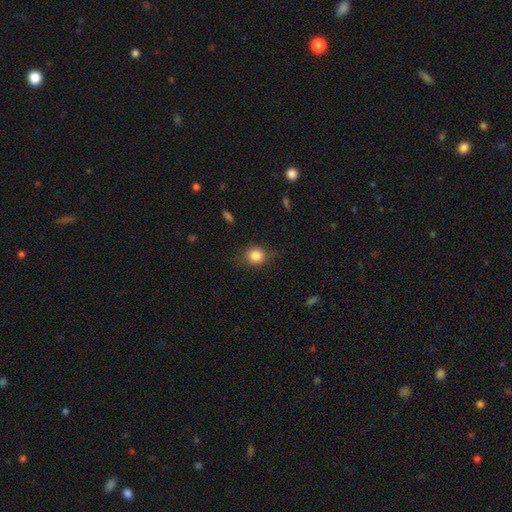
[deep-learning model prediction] Smooth or featured?
  - smooth: 82% *
  - star or artifact: 10%
  - featured or disk: 8%
How rounded?
  - round: 73% *
  - in between: 26%
  - cigar-shaped: 1%
Merging?
  - none: 71% *
  - minor disturbance: 21%
  - major disturbance: 6%
  - merger: 1%